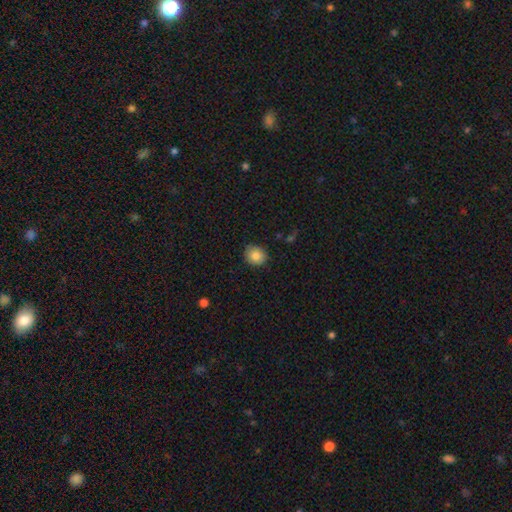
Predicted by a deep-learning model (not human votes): This is clearly a smooth galaxy (84%). How rounded: likely round (78%). Merging: clearly none (86%).